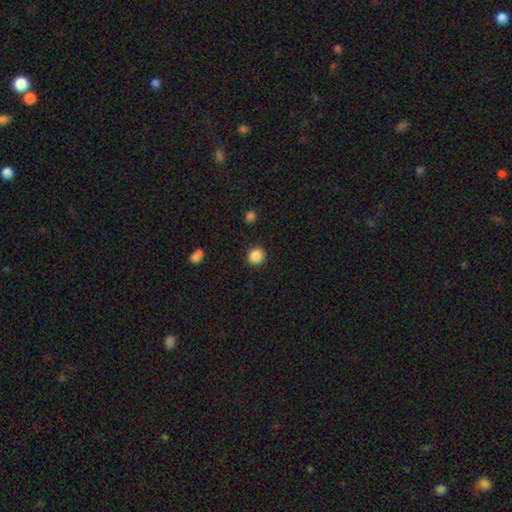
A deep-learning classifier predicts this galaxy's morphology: smooth_or_featured: smooth (p=0.87) [alt: star or artifact p=0.10]
how_rounded: round (p=0.87) [alt: in between p=0.12]
merging: none (p=0.90) [alt: minor disturbance p=0.06]